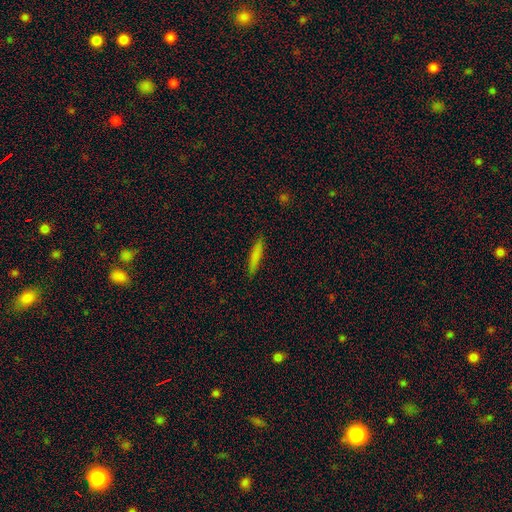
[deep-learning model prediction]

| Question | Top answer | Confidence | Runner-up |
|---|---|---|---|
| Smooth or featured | smooth | 78% | featured or disk (14%) |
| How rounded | cigar-shaped | 91% | in between (8%) |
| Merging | none | 88% | minor disturbance (9%) |